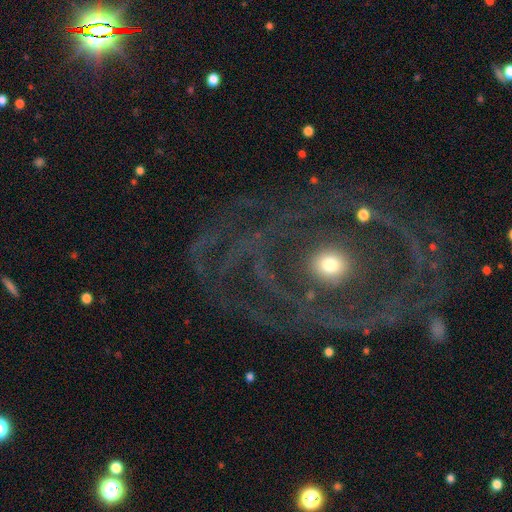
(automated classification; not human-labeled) Q: Smooth or featured?
A: featured or disk (81%); runner-up: star or artifact (10%)
Q: Edge-on disk?
A: no (96%); runner-up: yes (4%)
Q: Bar?
A: no (76%); runner-up: weak (15%)
Q: Spiral arms?
A: yes (72%); runner-up: no (28%)
Q: Spiral winding?
A: tight (63%); runner-up: medium (26%)
Q: Spiral arm count?
A: can't tell (35%); runner-up: 2 (23%)
Q: Bulge size?
A: moderate (59%); runner-up: small (30%)
Q: Merging?
A: none (71%); runner-up: minor disturbance (14%)